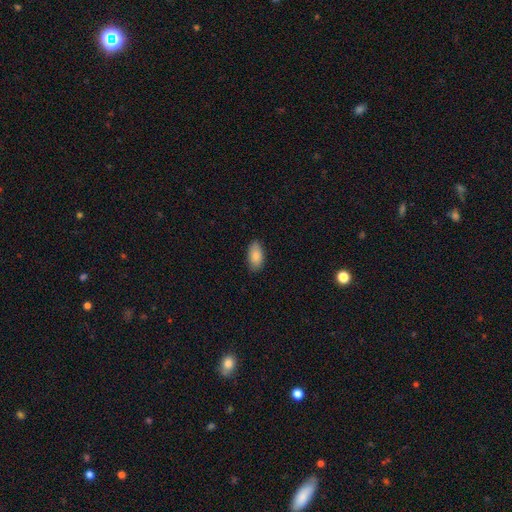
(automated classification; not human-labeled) Smooth or featured: smooth — 87% (featured or disk — 7%)
How rounded: in between — 94% (cigar-shaped — 3%)
Merging: none — 86% (minor disturbance — 11%)